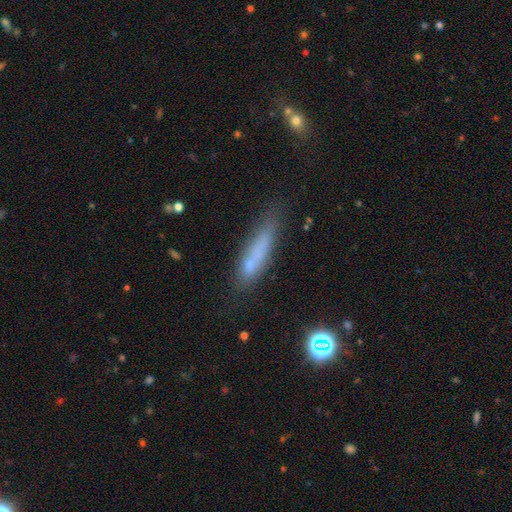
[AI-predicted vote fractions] smooth-or-featured: smooth: 65% | featured or disk: 22% | star or artifact: 13%
  how-rounded: cigar-shaped: 82% | in between: 16% | round: 2%
  merging: none: 60% | minor disturbance: 23% | major disturbance: 10% | merger: 7%